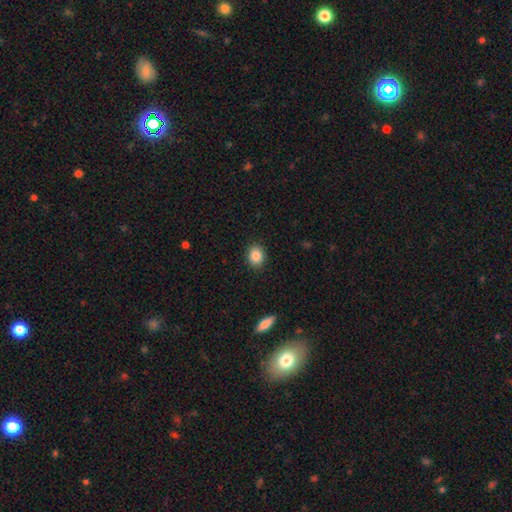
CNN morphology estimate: This is clearly a smooth galaxy (87%). How rounded: possibly round (54%). Merging: clearly none (89%).